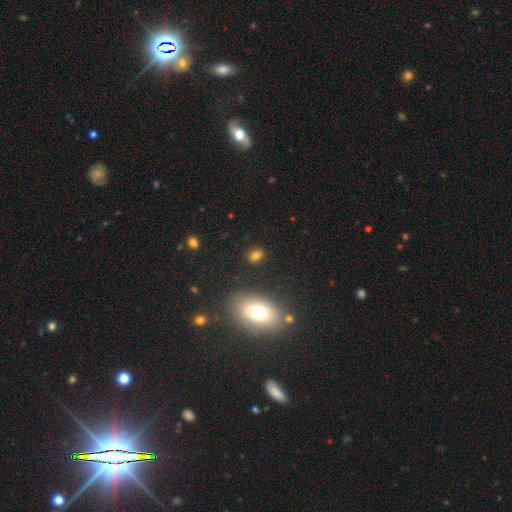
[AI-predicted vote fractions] Smooth or featured? Predicted: smooth (p=0.69). How rounded? Predicted: in between (p=0.59). Merging? Predicted: none (p=0.77).